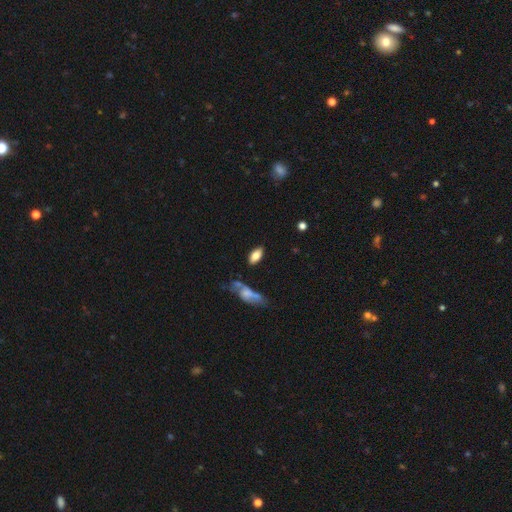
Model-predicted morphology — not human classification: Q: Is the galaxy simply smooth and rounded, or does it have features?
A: smooth — 77%.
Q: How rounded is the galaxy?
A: in between — 88%.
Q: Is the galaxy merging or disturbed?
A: none — 78%.